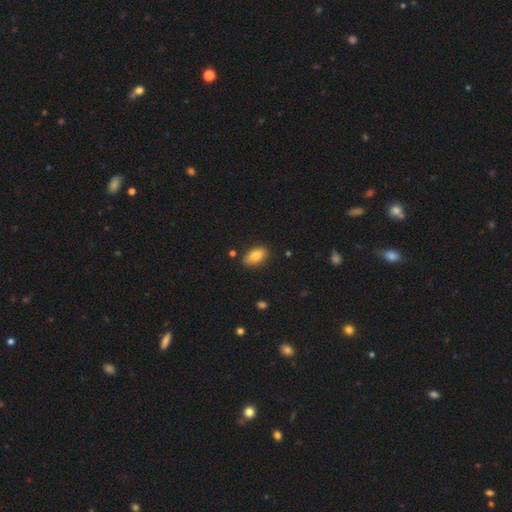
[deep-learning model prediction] A smooth galaxy with no disk features (81%) that is in between round and cigar-shaped (90%). Merging: none (82%).